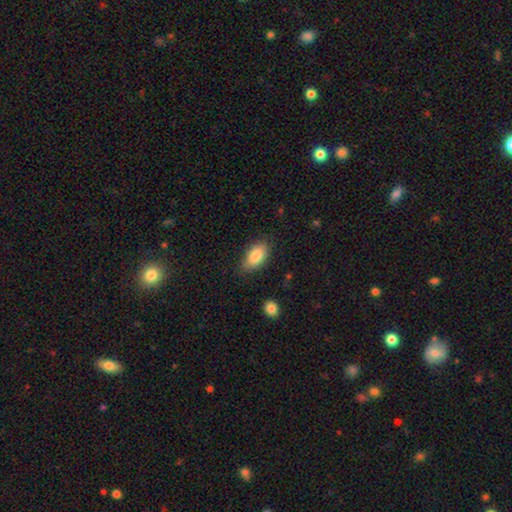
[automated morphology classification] Smooth or featured? smooth (84%)
How rounded? in between (92%)
Merging? none (78%)